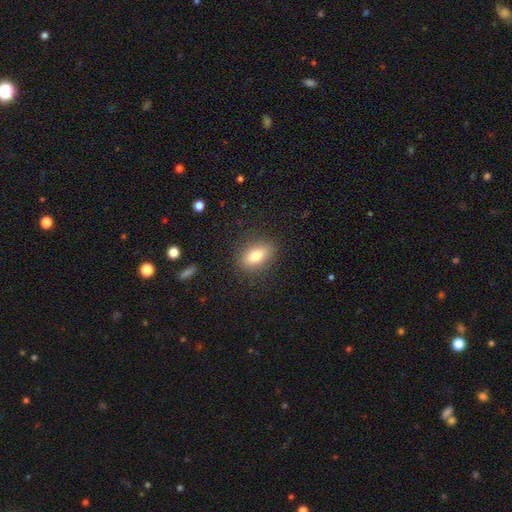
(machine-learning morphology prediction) A smooth galaxy with no disk features (77%) that is in between round and cigar-shaped (80%).

Vote fractions:
- Smooth or featured? smooth: 77% / featured or disk: 14% / star or artifact: 9%
- How rounded? in between: 80% / round: 13% / cigar-shaped: 6%
- Merging? none: 86% / minor disturbance: 10% / major disturbance: 3% / merger: 1%